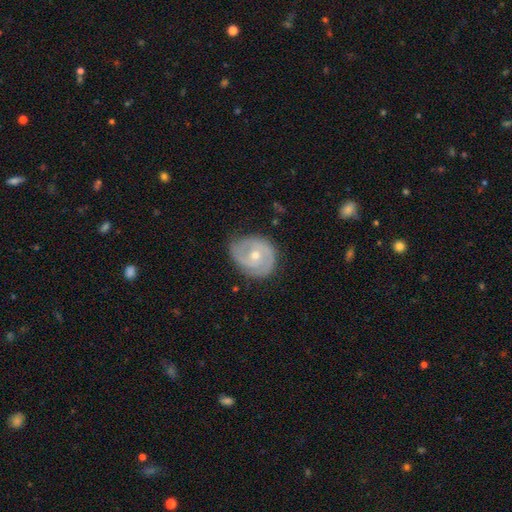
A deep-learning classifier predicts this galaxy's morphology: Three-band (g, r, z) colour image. It shows a featured or disk galaxy (75%) with no bar (69%), 2 (59%) tight (55%) spiral arms (86%) and a moderate central bulge (54%). Merging: none (70%).